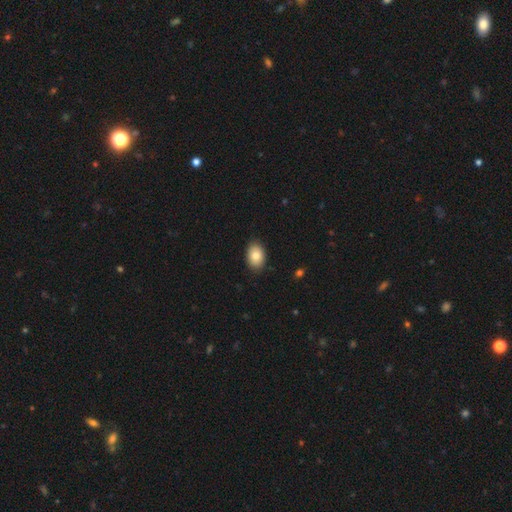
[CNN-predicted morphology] Overall: smooth (85%). How rounded: in between (84%). Merging: none (87%).